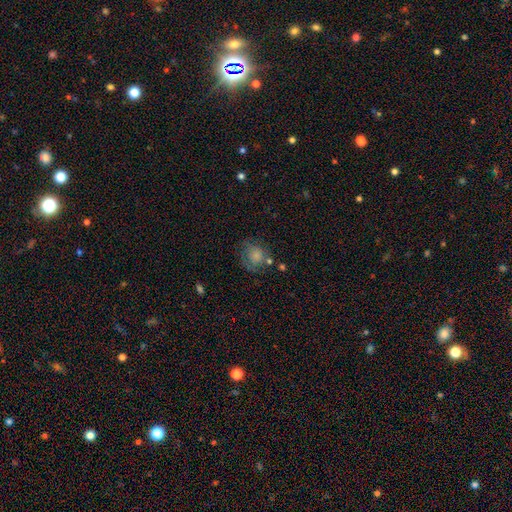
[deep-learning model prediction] Smooth or featured? smooth (65%)
How rounded? round (79%)
Merging? none (54%)